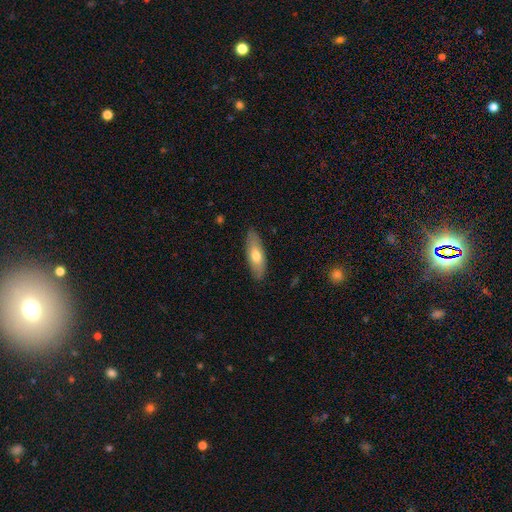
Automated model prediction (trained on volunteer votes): Q: Smooth or featured?
A: smooth (66%); runner-up: featured or disk (28%)
Q: How rounded?
A: in between (66%); runner-up: cigar-shaped (31%)
Q: Merging?
A: none (85%); runner-up: minor disturbance (11%)